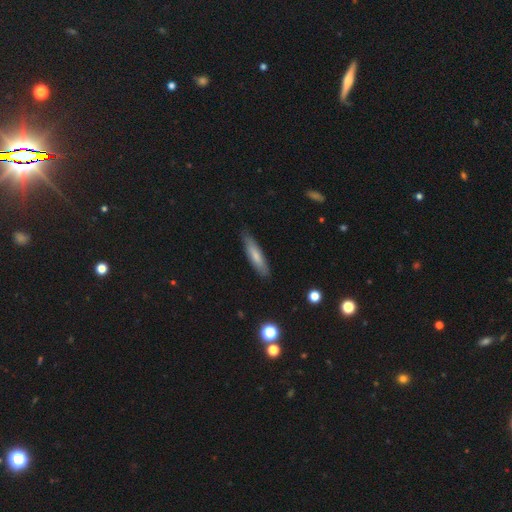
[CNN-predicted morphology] Smooth or featured? Predicted: smooth (p=0.69). How rounded? Predicted: cigar-shaped (p=0.75). Merging? Predicted: none (p=0.84).